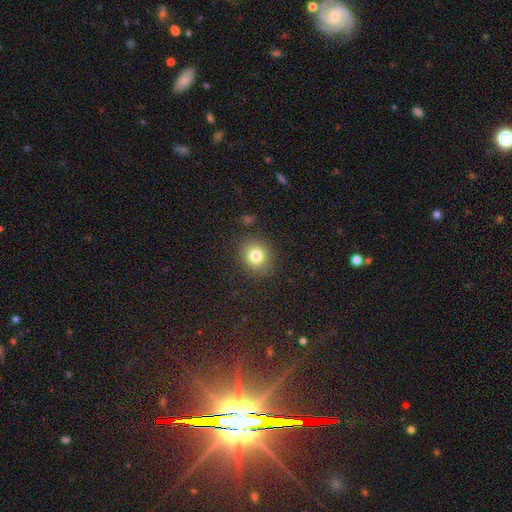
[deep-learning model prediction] Overall: smooth (80%). How rounded: round (79%). Merging: none (87%).